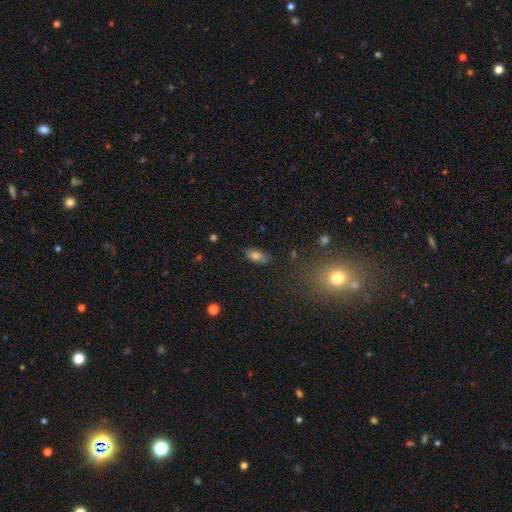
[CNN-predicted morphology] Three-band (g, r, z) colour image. It shows a smooth galaxy with no disk features (75%) that is in between round and cigar-shaped (85%). Merging: none (75%).